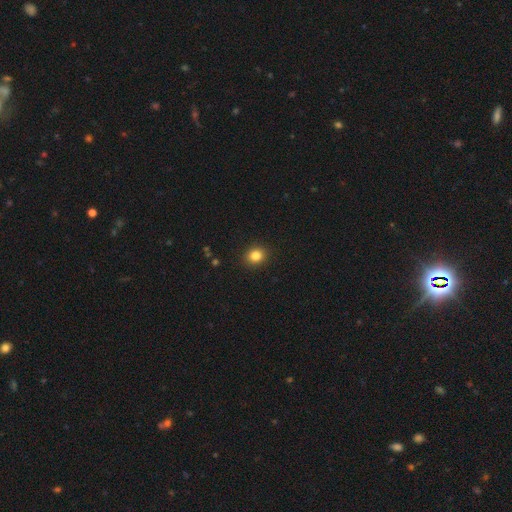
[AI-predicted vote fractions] Smooth or featured: smooth — 84% (star or artifact — 11%)
How rounded: round — 70% (in between — 29%)
Merging: none — 90% (minor disturbance — 7%)